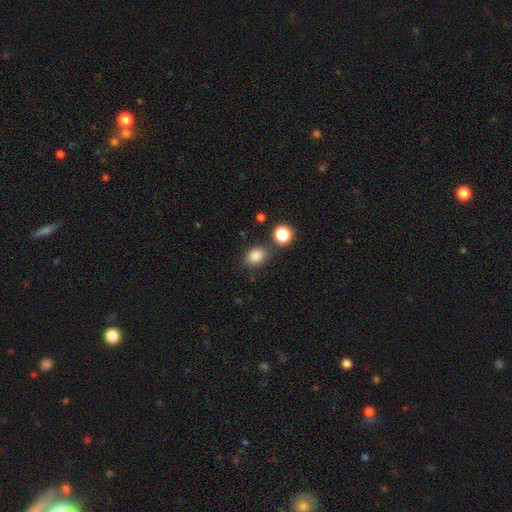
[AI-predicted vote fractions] smooth_or_featured: smooth (p=0.85) [alt: star or artifact p=0.12]
how_rounded: in between (p=0.53) [alt: round p=0.46]
merging: none (p=0.76) [alt: minor disturbance p=0.13]